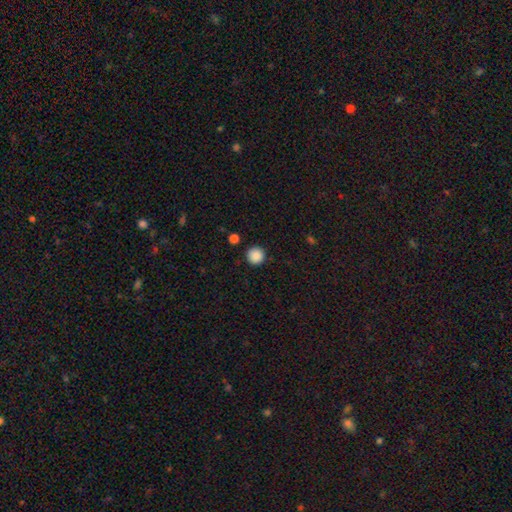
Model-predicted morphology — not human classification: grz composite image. It shows a smooth galaxy with no disk features (88%) that is round (95%). Merging: none (91%).